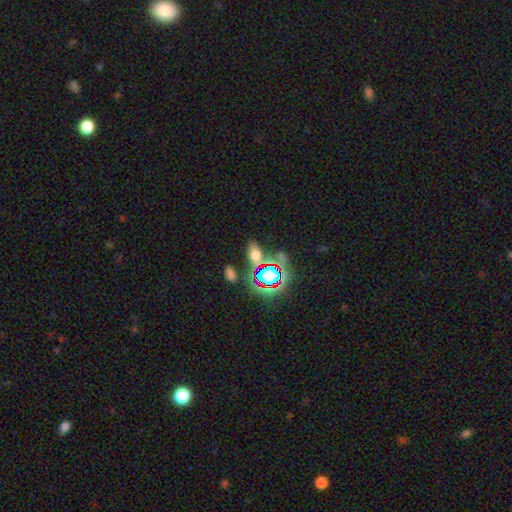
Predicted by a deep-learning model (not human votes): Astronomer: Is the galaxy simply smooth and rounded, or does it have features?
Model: smooth — 51% (runner-up: star or artifact, 35%).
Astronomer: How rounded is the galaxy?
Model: in between — 82%.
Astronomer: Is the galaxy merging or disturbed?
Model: none — 66%.